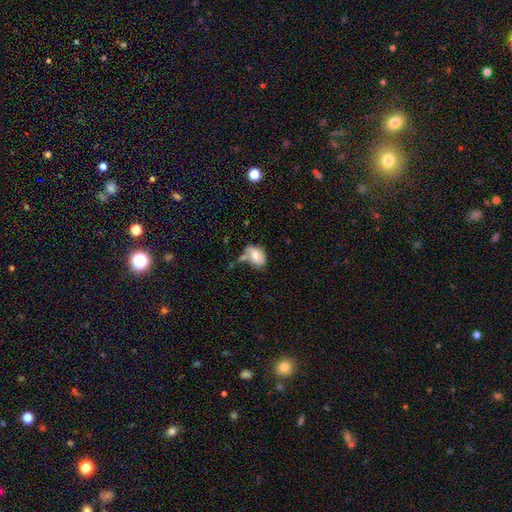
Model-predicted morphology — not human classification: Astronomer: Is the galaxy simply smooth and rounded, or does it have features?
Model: smooth — 65%.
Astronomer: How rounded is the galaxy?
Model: in between — 85%.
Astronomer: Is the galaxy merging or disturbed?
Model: none — 38% (runner-up: minor disturbance, 28%).